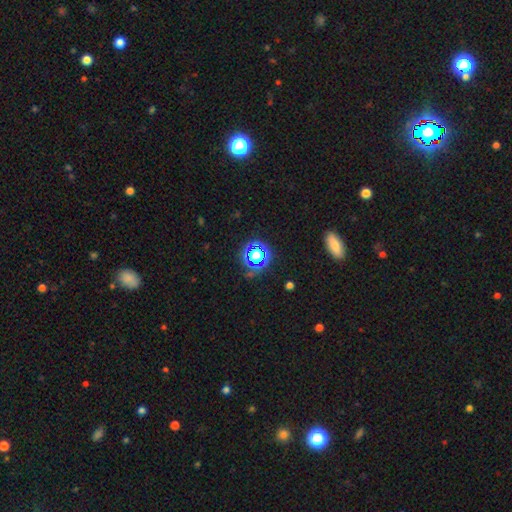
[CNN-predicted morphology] This is likely a star or artifact rather than a galaxy (60%).